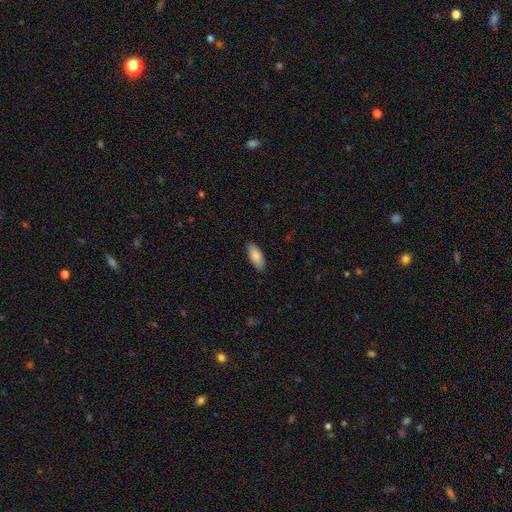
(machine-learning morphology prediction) Smooth or featured? smooth (86%)
How rounded? in between (81%)
Merging? none (85%)